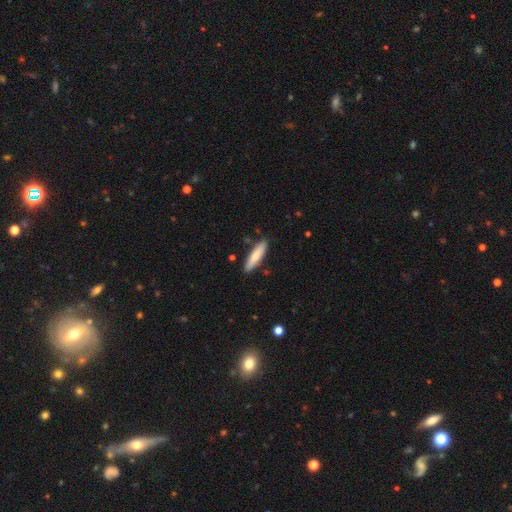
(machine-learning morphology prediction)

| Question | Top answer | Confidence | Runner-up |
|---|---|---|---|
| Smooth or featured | smooth | 77% | featured or disk (18%) |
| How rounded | cigar-shaped | 73% | in between (25%) |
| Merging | none | 86% | minor disturbance (10%) |